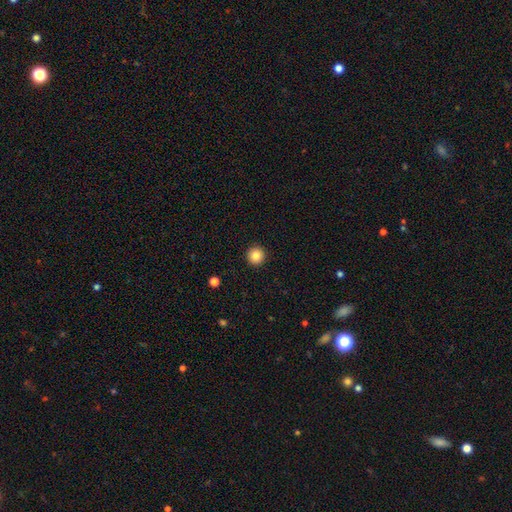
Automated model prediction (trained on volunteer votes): Q: Smooth or featured?
A: smooth (85%); runner-up: star or artifact (10%)
Q: How rounded?
A: round (96%); runner-up: in between (3%)
Q: Merging?
A: none (93%); runner-up: minor disturbance (4%)